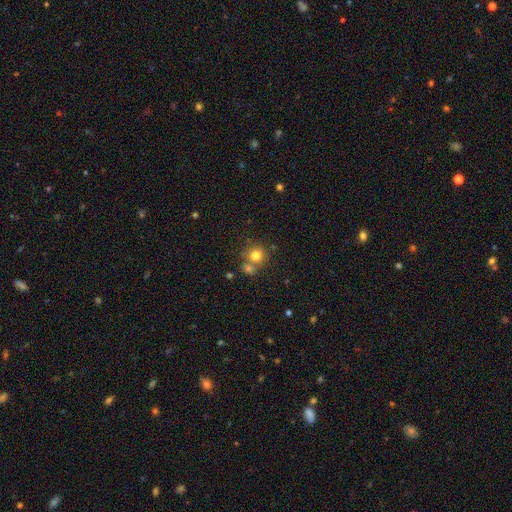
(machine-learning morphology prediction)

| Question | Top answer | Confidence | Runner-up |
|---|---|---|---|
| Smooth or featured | smooth | 78% | star or artifact (12%) |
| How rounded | round | 88% | in between (11%) |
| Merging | none | 58% | merger (30%) |